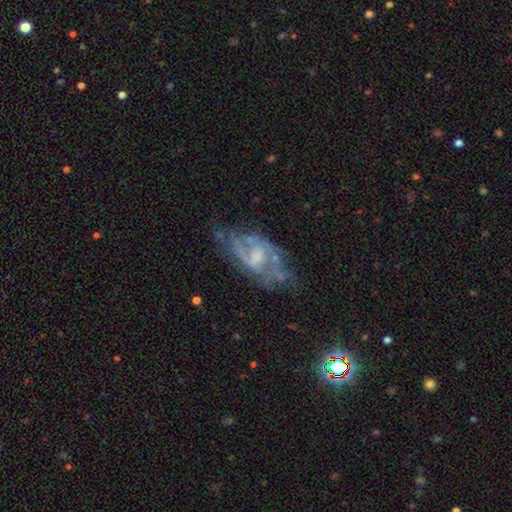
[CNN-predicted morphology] A featured or disk galaxy (72%) with no bar (47%), spiral arms (63%) and a moderate central bulge (36%). Merging: none (44%).